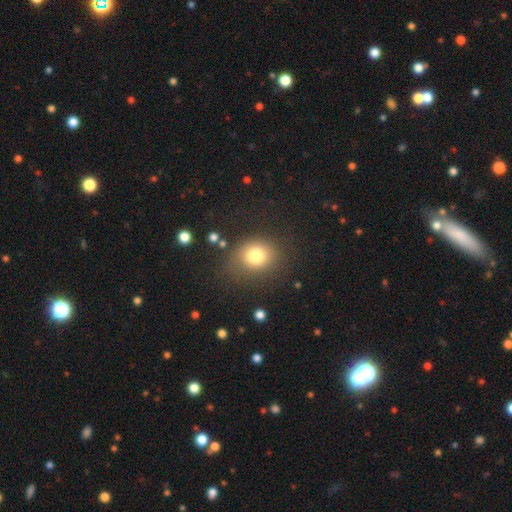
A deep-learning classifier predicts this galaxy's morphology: Smooth or featured? smooth (79%)
How rounded? round (66%)
Merging? none (76%)